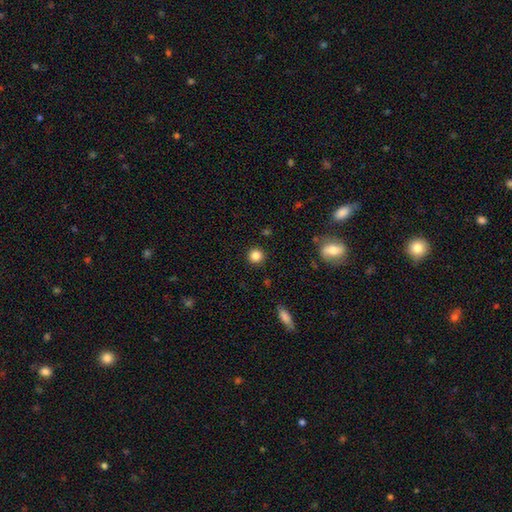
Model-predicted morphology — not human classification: This appears to be a smooth galaxy with no disk features (84%) that is round (94%). Merging: none (91%).